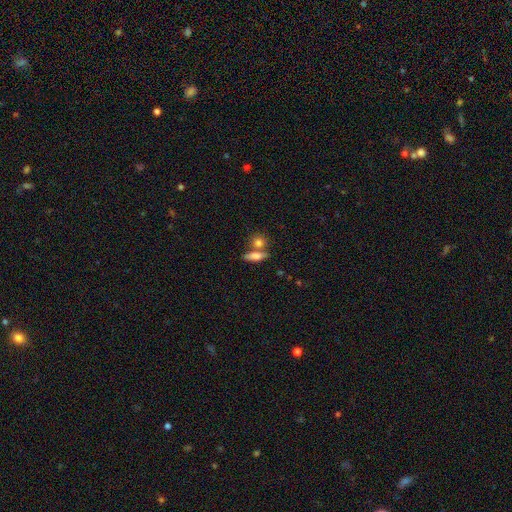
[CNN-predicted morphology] A smooth galaxy with no disk features (73%) that is in between round and cigar-shaped (49%).

Vote fractions:
- Smooth or featured? smooth: 73% / featured or disk: 19% / star or artifact: 8%
- How rounded? in between: 49% / cigar-shaped: 36% / round: 15%
- Merging? none: 53% / merger: 32% / minor disturbance: 10% / major disturbance: 4%